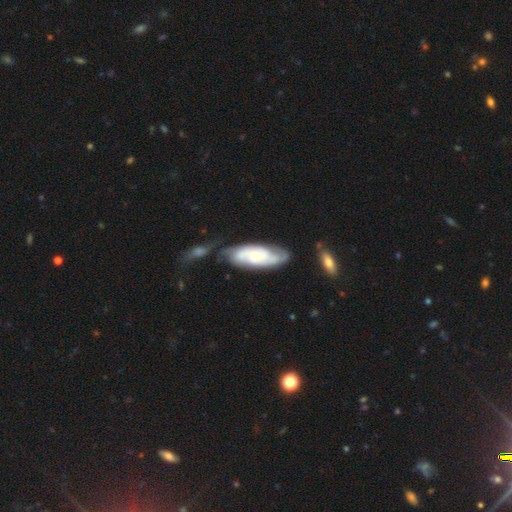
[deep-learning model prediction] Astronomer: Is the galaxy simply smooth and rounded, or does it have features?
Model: featured or disk — 70%.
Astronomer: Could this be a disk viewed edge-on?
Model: no — 89%.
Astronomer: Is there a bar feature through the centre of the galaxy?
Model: no — 69%.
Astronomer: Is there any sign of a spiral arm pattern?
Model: yes — 91%.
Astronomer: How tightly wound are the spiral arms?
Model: tight — 51% (runner-up: medium, 36%).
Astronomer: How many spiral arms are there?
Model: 2 — 54% (runner-up: can't tell, 29%).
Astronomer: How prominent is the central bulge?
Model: small — 59%.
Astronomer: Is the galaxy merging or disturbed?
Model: none — 53%.